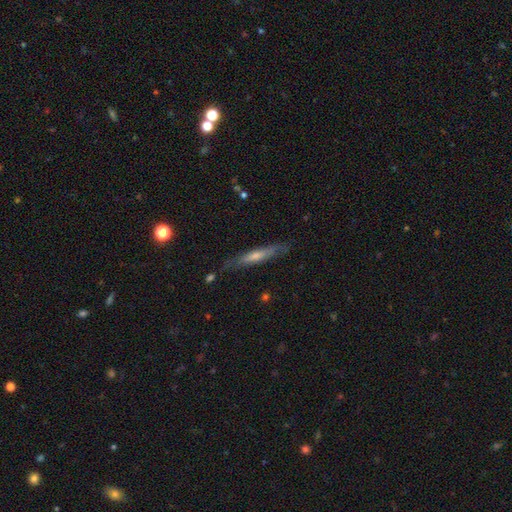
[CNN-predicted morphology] Smooth or featured?
  - featured or disk: 57% *
  - smooth: 36%
  - star or artifact: 7%
Edge-on disk?
  - yes: 86% *
  - no: 14%
Merging?
  - none: 79% *
  - minor disturbance: 16%
  - major disturbance: 4%
  - merger: 2%